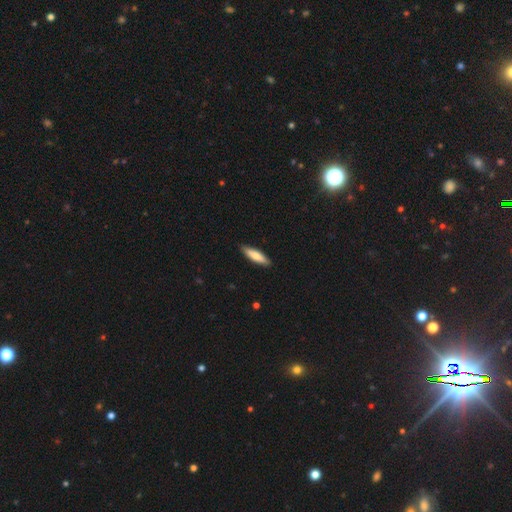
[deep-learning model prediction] A smooth galaxy with no disk features (76%) that is cigar-shaped (63%). Merging: none (88%).